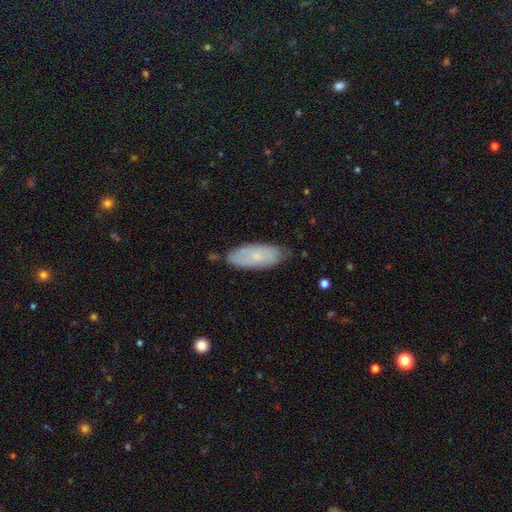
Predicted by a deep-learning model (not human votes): Smooth or featured? smooth (60%)
How rounded? in between (79%)
Merging? none (74%)